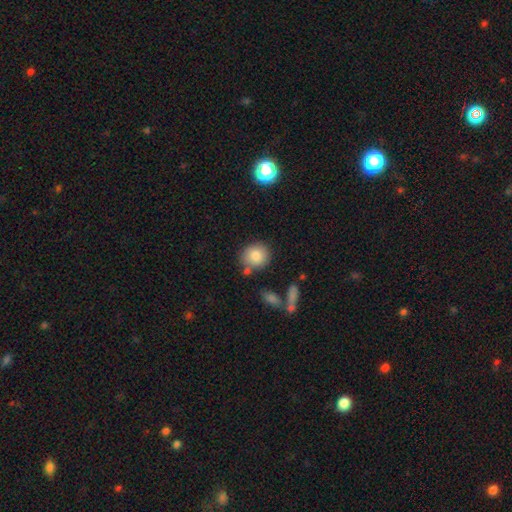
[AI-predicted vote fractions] smooth-or-featured: smooth: 83% | featured or disk: 9% | star or artifact: 8%
  how-rounded: round: 82% | in between: 16% | cigar-shaped: 1%
  merging: none: 76% | minor disturbance: 12% | merger: 9% | major disturbance: 4%